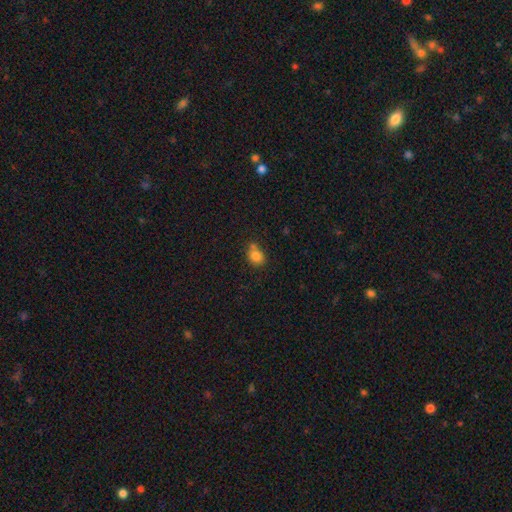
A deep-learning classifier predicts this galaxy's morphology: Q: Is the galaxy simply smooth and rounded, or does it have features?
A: smooth — 82%.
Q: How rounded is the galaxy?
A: in between — 52%.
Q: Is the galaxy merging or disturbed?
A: none — 52%.